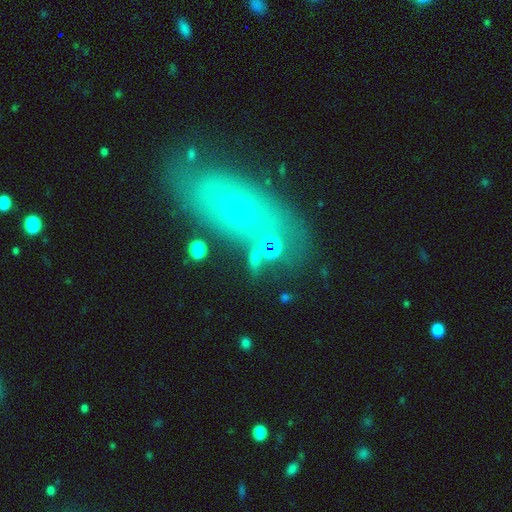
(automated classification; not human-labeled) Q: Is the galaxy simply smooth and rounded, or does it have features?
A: smooth — 55%.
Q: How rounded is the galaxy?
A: in between — 59%.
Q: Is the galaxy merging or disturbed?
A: none — 63%.